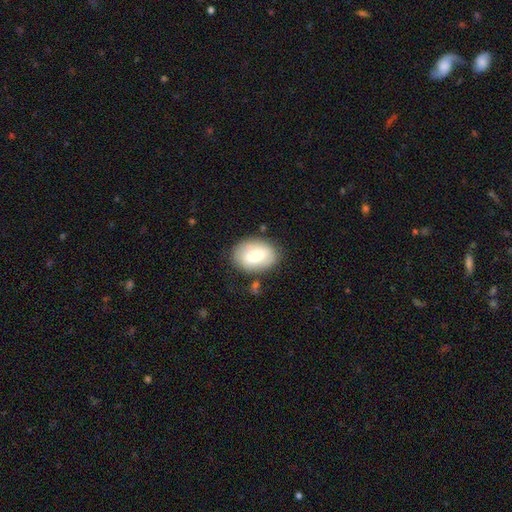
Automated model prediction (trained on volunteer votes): Smooth or featured? smooth (66%)
How rounded? in between (77%)
Merging? none (79%)